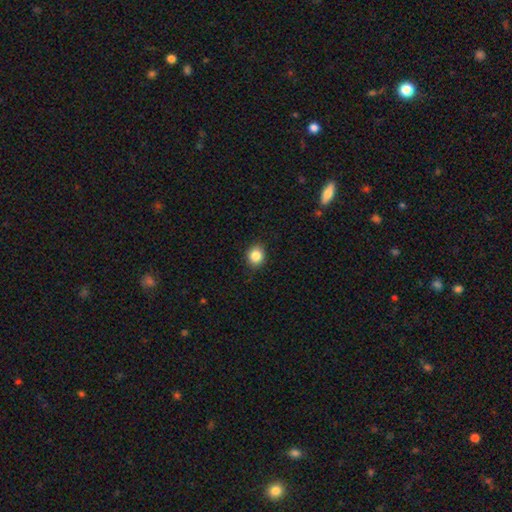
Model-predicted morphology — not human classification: Smooth or featured: smooth — 85% (star or artifact — 10%)
How rounded: round — 71% (in between — 28%)
Merging: none — 89% (minor disturbance — 8%)